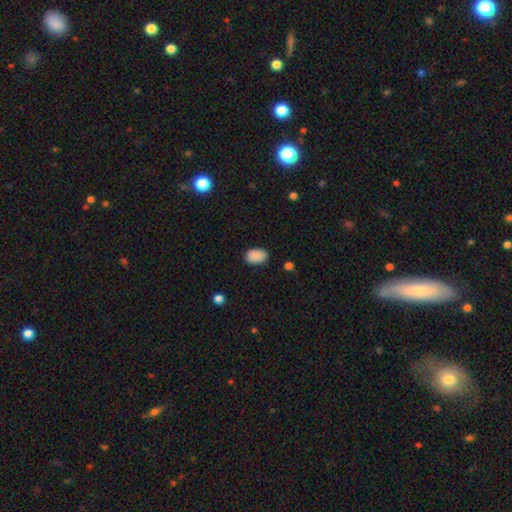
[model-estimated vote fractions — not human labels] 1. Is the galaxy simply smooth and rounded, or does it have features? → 90% smooth, 7% star or artifact, 3% featured or disk.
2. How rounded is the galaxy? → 85% in between, 14% round, 1% cigar-shaped.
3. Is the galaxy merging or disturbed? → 86% none, 11% minor disturbance, 2% major disturbance, 1% merger.